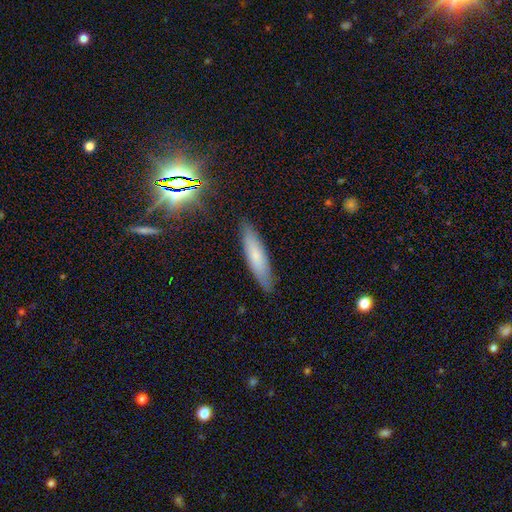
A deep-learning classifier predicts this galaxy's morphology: smooth 68%, featured or disk 23%, star or artifact 9%. Down the decision tree: how rounded — cigar-shaped (80%); merging — none (87%).